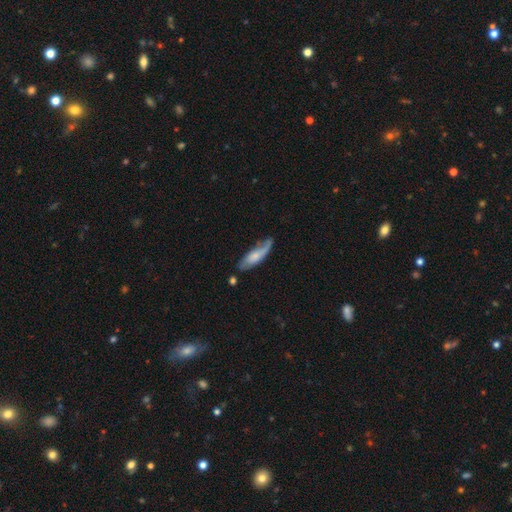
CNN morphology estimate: A smooth galaxy with no disk features (53%) that is cigar-shaped (52%).

Vote fractions:
- Smooth or featured? smooth: 53% / featured or disk: 41% / star or artifact: 6%
- How rounded? cigar-shaped: 52% / in between: 46% / round: 2%
- Merging? none: 51% / minor disturbance: 30% / major disturbance: 13% / merger: 6%